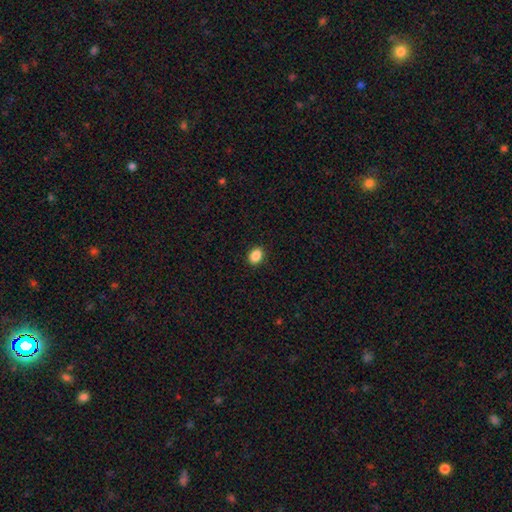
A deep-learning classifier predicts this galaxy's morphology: This appears to be a smooth galaxy with no disk features (88%) that is in between round and cigar-shaped (69%). Merging: none (91%).